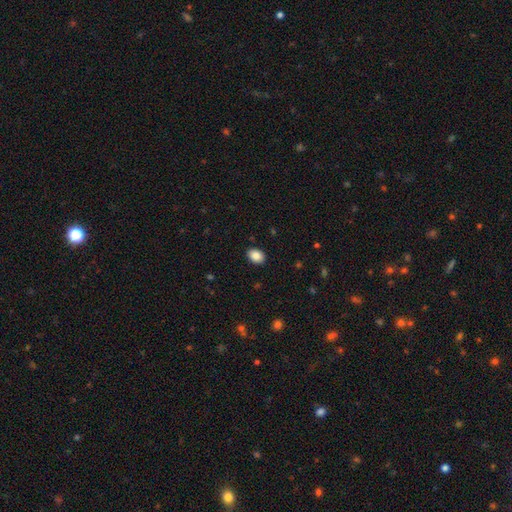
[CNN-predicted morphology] smooth_or_featured: smooth (p=0.87) [alt: star or artifact p=0.08]
how_rounded: in between (p=0.75) [alt: round p=0.24]
merging: none (p=0.90) [alt: minor disturbance p=0.07]